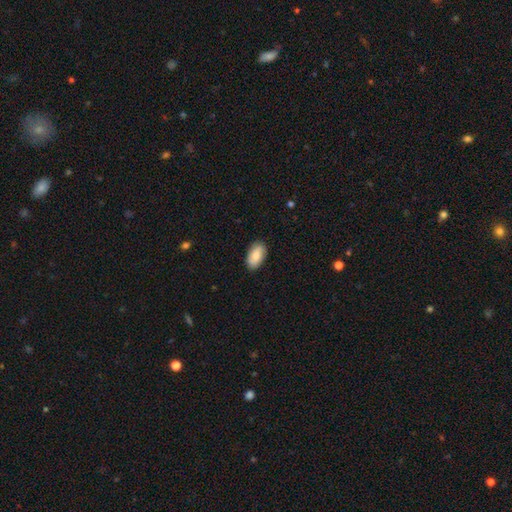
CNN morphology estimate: Smooth or featured? Predicted: smooth (p=0.83). How rounded? Predicted: in between (p=0.94). Merging? Predicted: none (p=0.87).